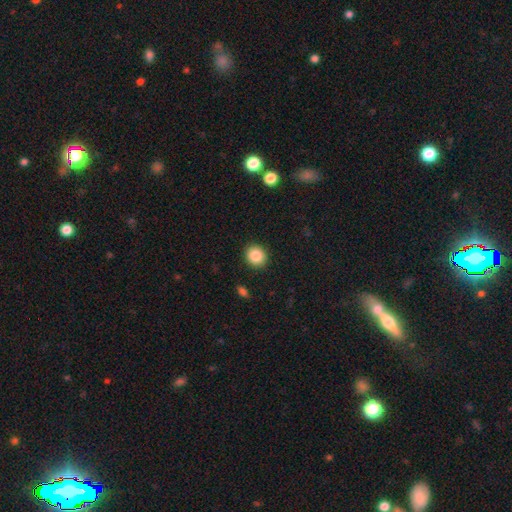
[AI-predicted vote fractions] Smooth or featured? Predicted: smooth (p=0.86). How rounded? Predicted: round (p=0.82). Merging? Predicted: none (p=0.91).